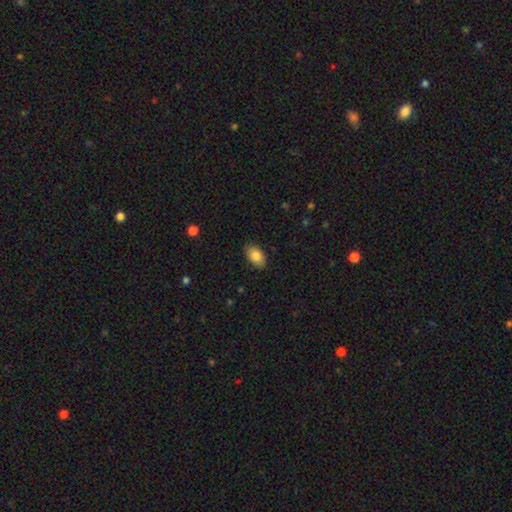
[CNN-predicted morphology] type=smooth (86%); roundness=in between (93%); merging=none (87%).